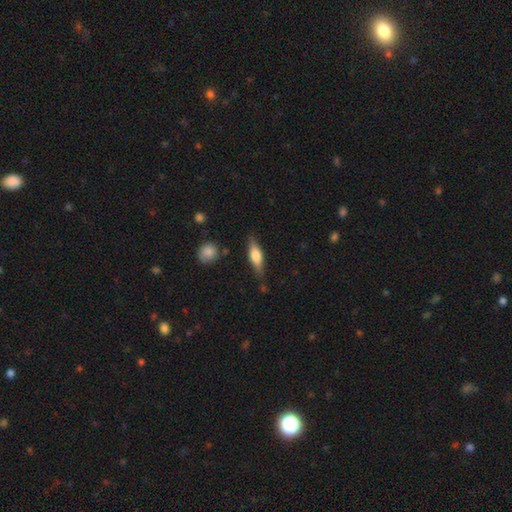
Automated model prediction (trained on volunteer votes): The model was most divided on "how rounded": cigar-shaped: 49%, in between: 48%, round: 3%. More confident: merging — none (79%); smooth or featured — smooth (52%).